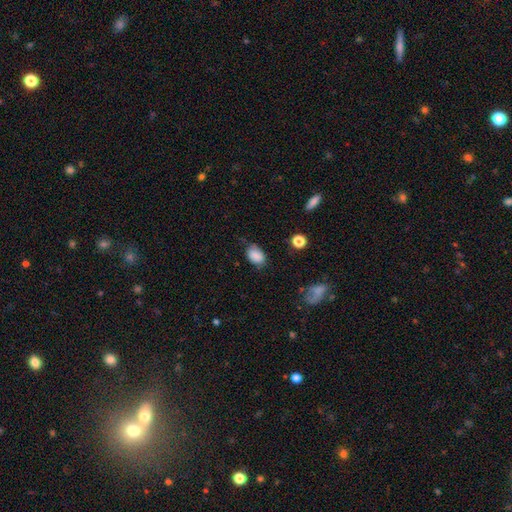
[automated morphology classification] smooth_or_featured: smooth (p=0.85) [alt: star or artifact p=0.09]
how_rounded: in between (p=0.81) [alt: round p=0.18]
merging: none (p=0.59) [alt: minor disturbance p=0.31]